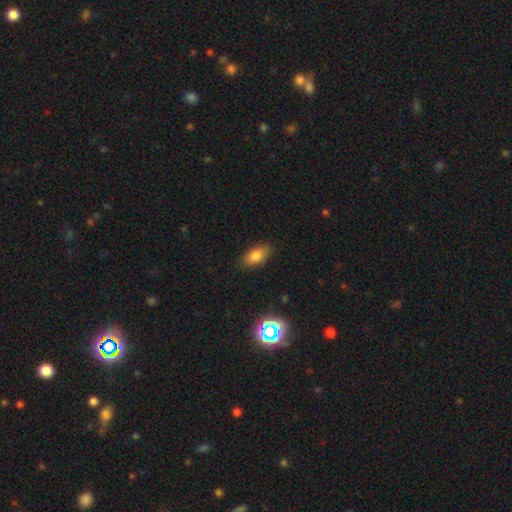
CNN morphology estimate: smooth 78%, featured or disk 12%, star or artifact 11%. Down the decision tree: how rounded — in between (86%); merging — none (86%).